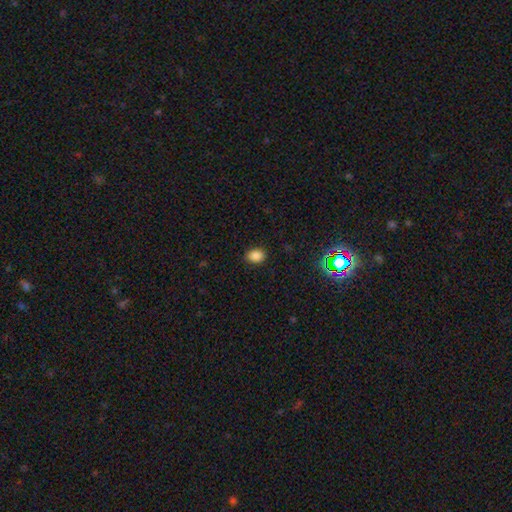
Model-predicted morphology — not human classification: Smooth or featured? smooth (84%)
How rounded? in between (61%)
Merging? none (84%)